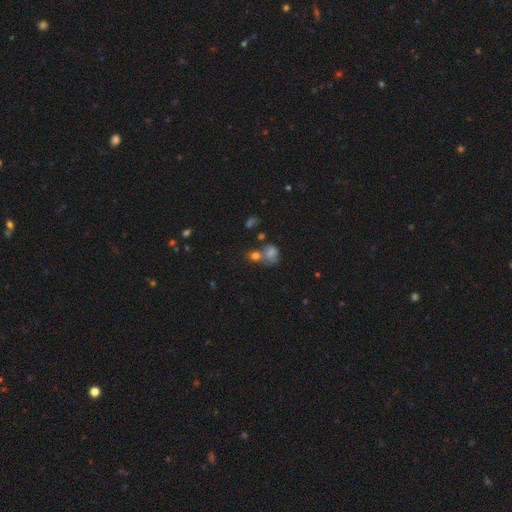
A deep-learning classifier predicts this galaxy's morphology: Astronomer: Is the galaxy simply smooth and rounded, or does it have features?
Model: smooth — 50% (runner-up: star or artifact, 32%).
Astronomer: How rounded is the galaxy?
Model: round — 68%.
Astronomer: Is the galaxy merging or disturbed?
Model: none — 47% (runner-up: merger, 37%).